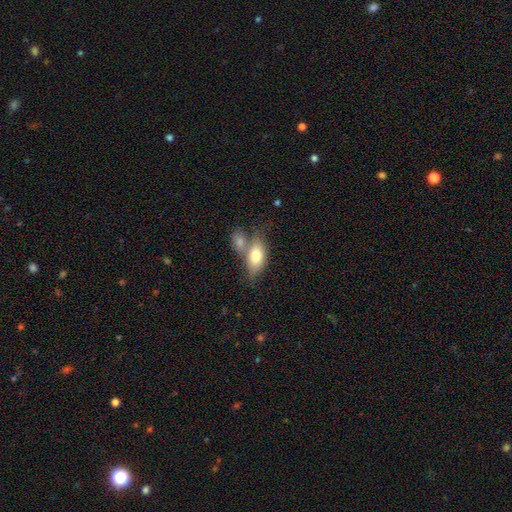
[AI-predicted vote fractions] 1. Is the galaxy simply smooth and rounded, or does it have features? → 75% smooth, 19% featured or disk, 6% star or artifact.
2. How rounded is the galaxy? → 86% in between, 8% cigar-shaped, 6% round.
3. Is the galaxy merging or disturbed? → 49% merger, 33% none, 12% minor disturbance, 6% major disturbance.